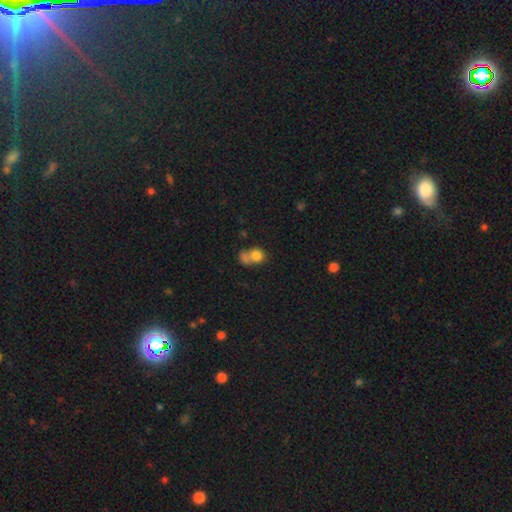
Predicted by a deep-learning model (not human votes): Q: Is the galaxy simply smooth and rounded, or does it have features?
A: smooth — 78%.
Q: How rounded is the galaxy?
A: round — 65%.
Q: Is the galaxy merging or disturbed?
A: merger — 51%.